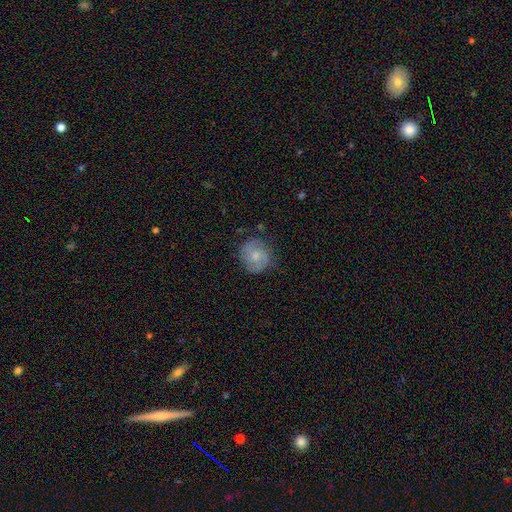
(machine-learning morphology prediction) Smooth or featured? featured or disk (47%)
Merging? none (73%)